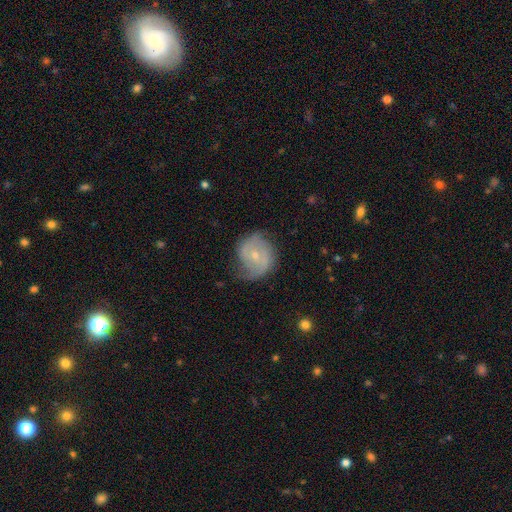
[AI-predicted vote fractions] Q: Smooth or featured?
A: featured or disk (72%); runner-up: smooth (21%)
Q: Edge-on disk?
A: no (97%); runner-up: yes (3%)
Q: Bar?
A: no (53%); runner-up: weak (38%)
Q: Spiral arms?
A: yes (90%); runner-up: no (10%)
Q: Spiral winding?
A: medium (43%); runner-up: tight (37%)
Q: Spiral arm count?
A: 2 (69%); runner-up: can't tell (17%)
Q: Bulge size?
A: small (68%); runner-up: moderate (28%)
Q: Merging?
A: none (65%); runner-up: minor disturbance (24%)